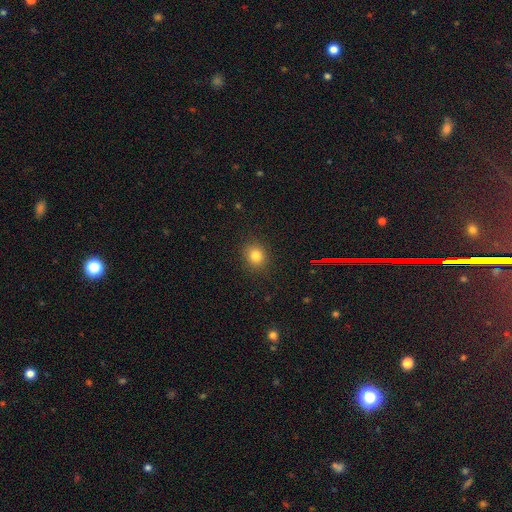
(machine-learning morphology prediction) Smooth or featured? Predicted: smooth (p=0.81). How rounded? Predicted: round (p=0.74). Merging? Predicted: none (p=0.88).